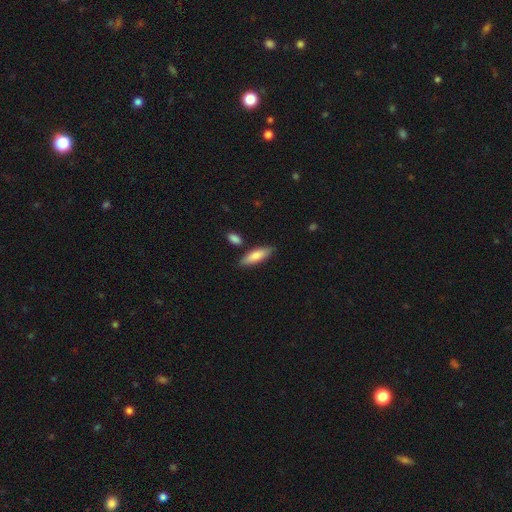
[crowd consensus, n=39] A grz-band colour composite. It shows a smooth galaxy with no disk features (69%) that is cigar-shaped (59%). Merging: none (86%).